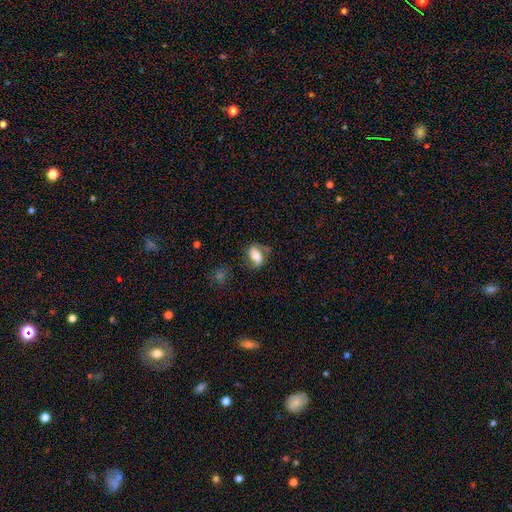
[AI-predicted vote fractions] Q: Smooth or featured?
A: smooth (58%); runner-up: featured or disk (35%)
Q: How rounded?
A: in between (84%); runner-up: round (11%)
Q: Merging?
A: none (63%); runner-up: minor disturbance (23%)